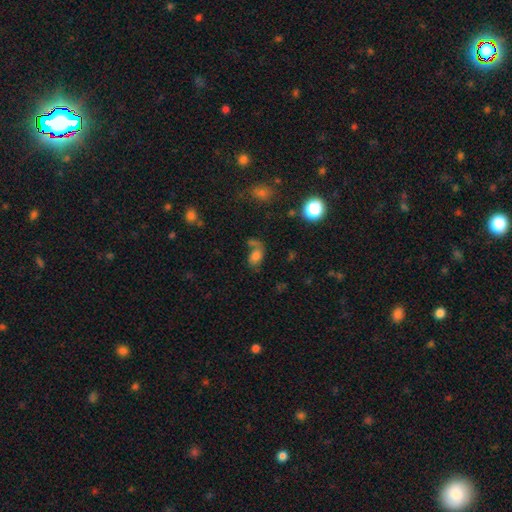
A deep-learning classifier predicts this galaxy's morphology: This appears to be a smooth galaxy with no disk features (67%) that is in between round and cigar-shaped (83%). Merging: none (39%).